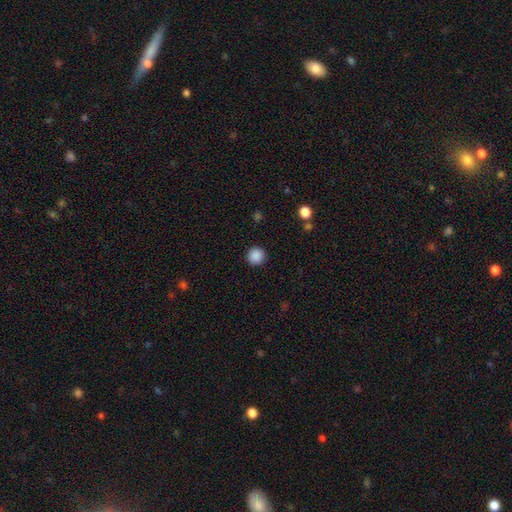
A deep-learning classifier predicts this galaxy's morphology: Smooth or featured? smooth (88%)
How rounded? round (95%)
Merging? none (92%)